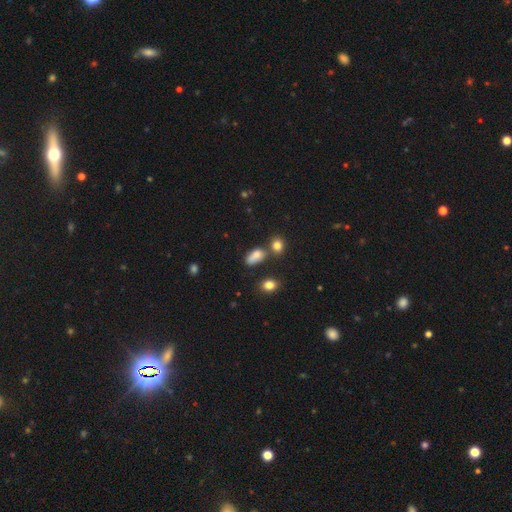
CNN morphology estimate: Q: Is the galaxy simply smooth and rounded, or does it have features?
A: smooth — 80%.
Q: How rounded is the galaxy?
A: in between — 83%.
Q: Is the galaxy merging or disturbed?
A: none — 55%.